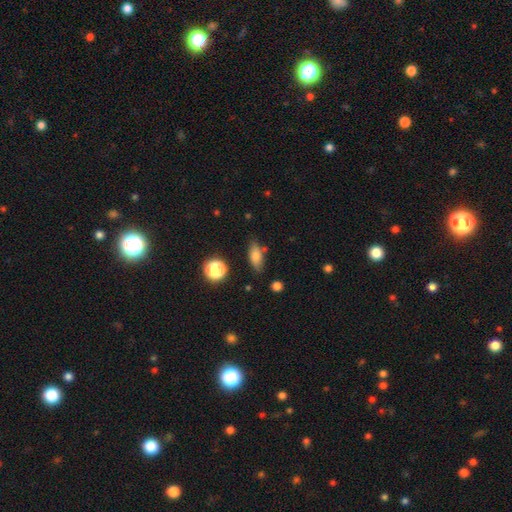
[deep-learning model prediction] Smooth or featured? Predicted: smooth (p=0.75). How rounded? Predicted: in between (p=0.73). Merging? Predicted: none (p=0.77).